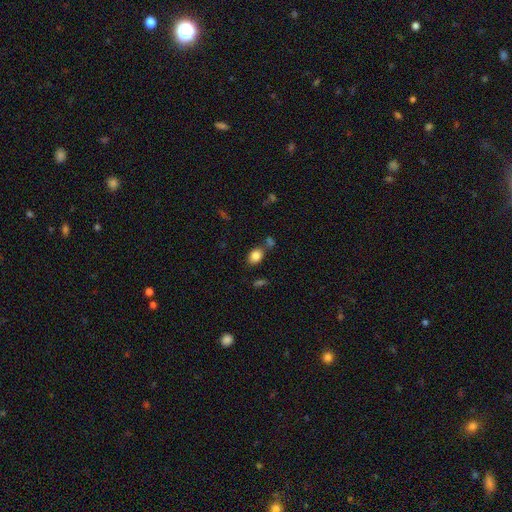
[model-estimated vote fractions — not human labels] Smooth or featured?
  - smooth: 84% *
  - star or artifact: 10%
  - featured or disk: 6%
How rounded?
  - in between: 73% *
  - round: 26%
  - cigar-shaped: 1%
Merging?
  - none: 70% *
  - minor disturbance: 13%
  - merger: 12%
  - major disturbance: 4%